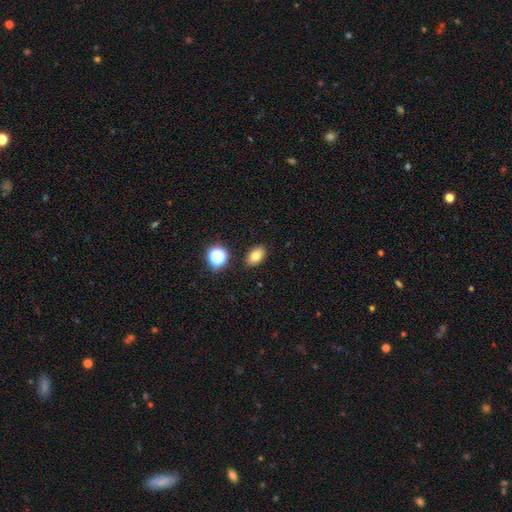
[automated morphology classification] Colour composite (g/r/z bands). It shows a smooth galaxy with no disk features (78%) that is in between round and cigar-shaped (84%). Merging: none (87%).